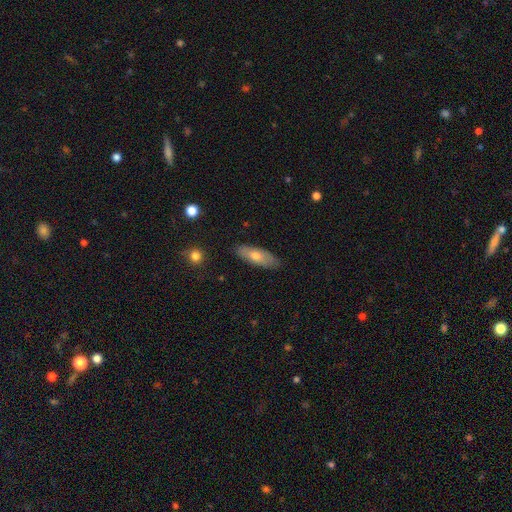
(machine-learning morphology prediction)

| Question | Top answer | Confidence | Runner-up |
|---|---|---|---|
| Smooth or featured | smooth | 63% | featured or disk (31%) |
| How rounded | in between | 65% | cigar-shaped (33%) |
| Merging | none | 85% | minor disturbance (11%) |